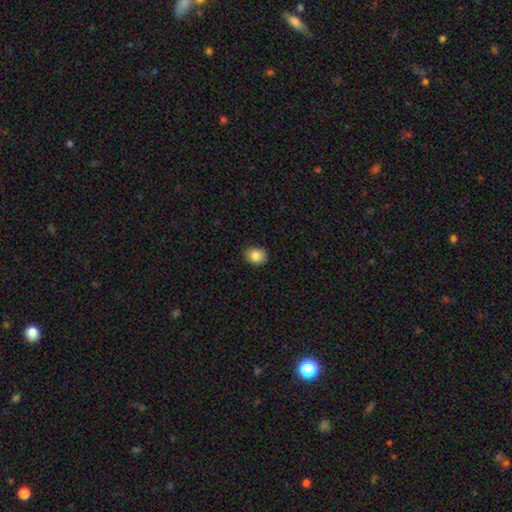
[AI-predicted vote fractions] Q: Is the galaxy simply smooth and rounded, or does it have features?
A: smooth — 86%.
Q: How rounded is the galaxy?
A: round — 55%.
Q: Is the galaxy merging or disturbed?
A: none — 87%.